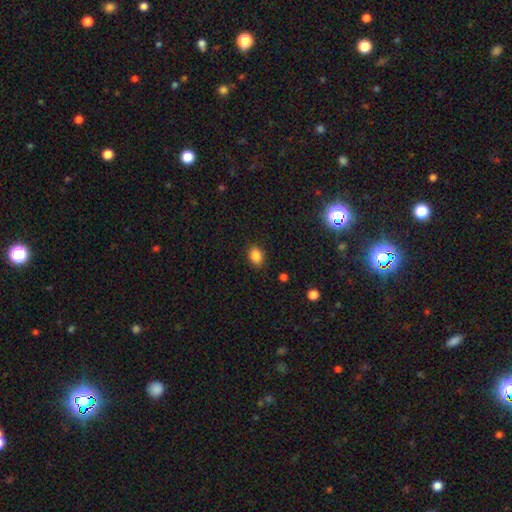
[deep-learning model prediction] Smooth or featured? smooth (86%)
How rounded? in between (70%)
Merging? none (86%)